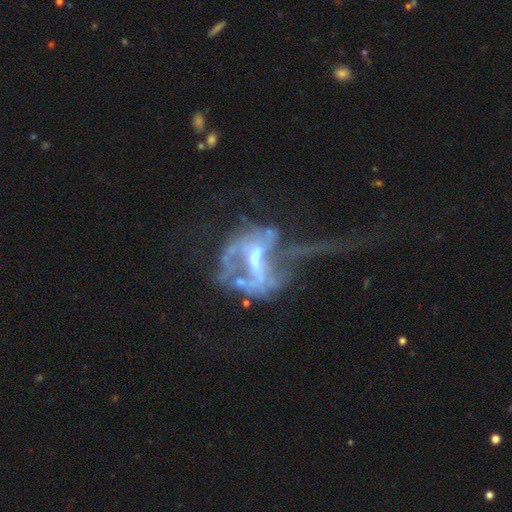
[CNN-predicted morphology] Smooth or featured: featured or disk — 78% (star or artifact — 11%)
Edge-on disk: no — 95% (yes — 5%)
Bar: weak — 39% (no — 33%)
Spiral arms: yes — 59% (no — 41%)
Bulge size: moderate — 46% (small — 32%)
Merging: major disturbance — 59% (none — 17%)